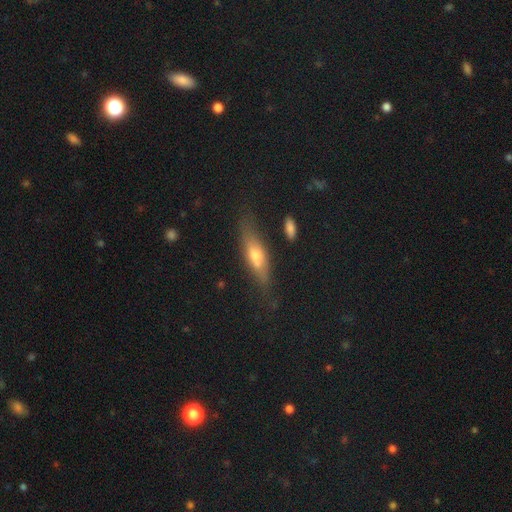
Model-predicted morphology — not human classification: A featured or disk galaxy (49%). Merging: none (77%).